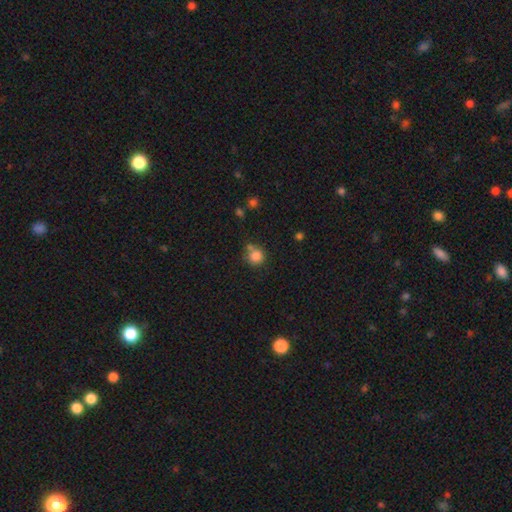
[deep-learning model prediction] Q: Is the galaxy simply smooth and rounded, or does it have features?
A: smooth — 83%.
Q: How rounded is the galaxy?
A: round — 89%.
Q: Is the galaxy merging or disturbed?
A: none — 58%.